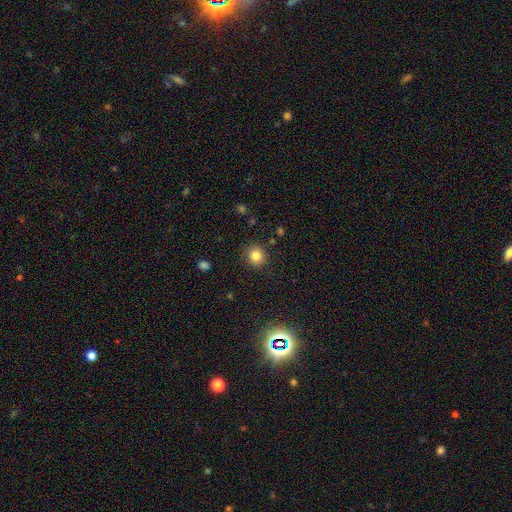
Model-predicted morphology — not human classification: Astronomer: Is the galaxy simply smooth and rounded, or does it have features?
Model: smooth — 82%.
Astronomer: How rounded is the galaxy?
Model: round — 90%.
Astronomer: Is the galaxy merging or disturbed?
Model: none — 88%.